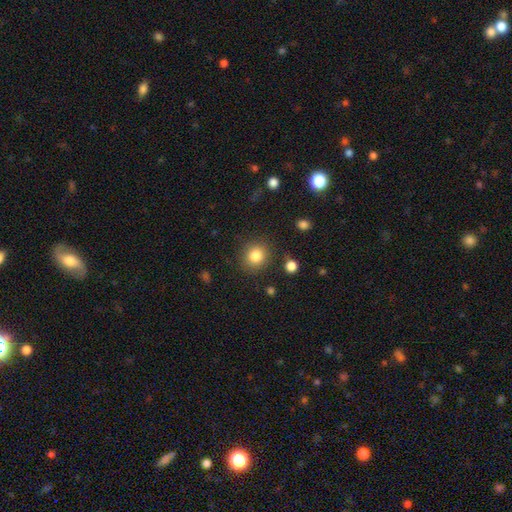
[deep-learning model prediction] The model was most divided on "smooth or featured": smooth: 84%, star or artifact: 10%, featured or disk: 6%. More confident: how rounded — round (87%); merging — none (86%).